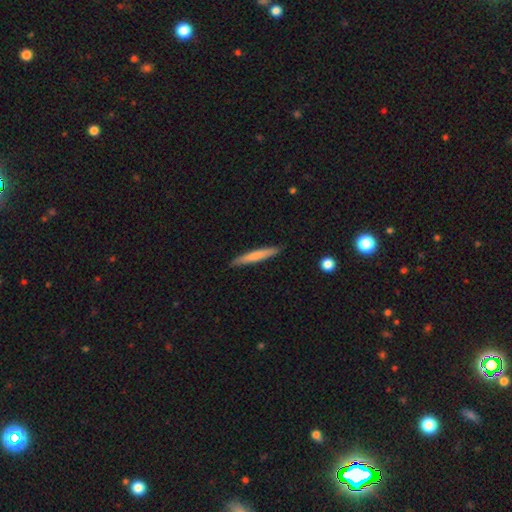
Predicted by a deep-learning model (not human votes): smooth-or-featured: smooth: 68% | featured or disk: 26% | star or artifact: 5%
  how-rounded: cigar-shaped: 95% | in between: 4% | round: 1%
  merging: none: 89% | minor disturbance: 8% | major disturbance: 1% | merger: 1%